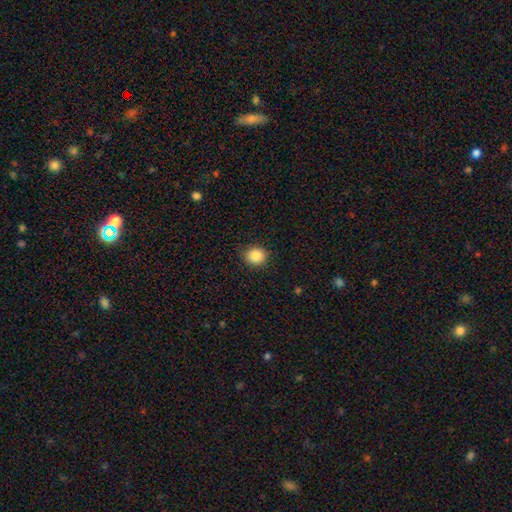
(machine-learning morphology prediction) Smooth or featured?
  - smooth: 87% *
  - star or artifact: 9%
  - featured or disk: 3%
How rounded?
  - round: 81% *
  - in between: 18%
  - cigar-shaped: 1%
Merging?
  - none: 86% *
  - minor disturbance: 11%
  - major disturbance: 3%
  - merger: 1%